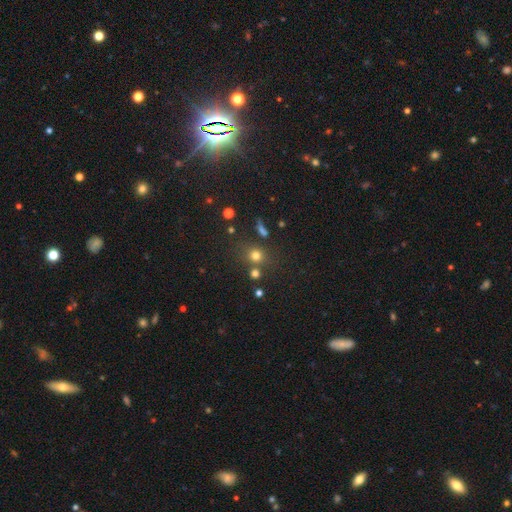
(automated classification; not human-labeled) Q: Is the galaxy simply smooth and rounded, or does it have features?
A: smooth — 72%.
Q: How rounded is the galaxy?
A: round — 82%.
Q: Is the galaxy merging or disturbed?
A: none — 69%.